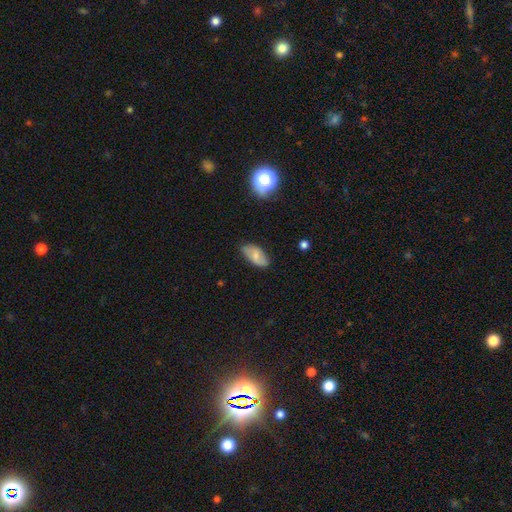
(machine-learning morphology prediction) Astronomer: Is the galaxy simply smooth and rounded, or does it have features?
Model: smooth — 64%.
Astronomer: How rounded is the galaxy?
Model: in between — 92%.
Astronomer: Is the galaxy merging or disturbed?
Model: none — 79%.